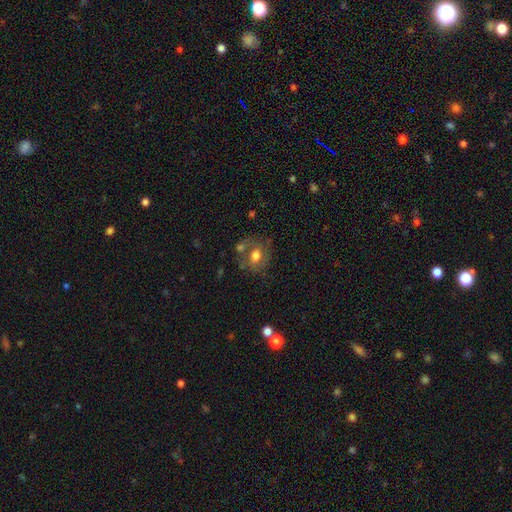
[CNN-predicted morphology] Smooth or featured? Predicted: smooth (p=0.59). How rounded? Predicted: round (p=0.52). Merging? Predicted: none (p=0.54).